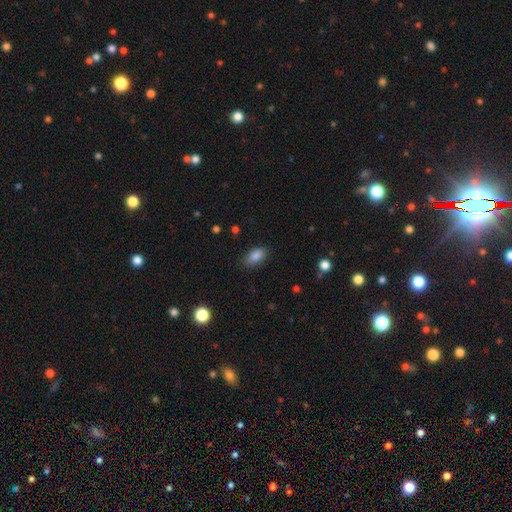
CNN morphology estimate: Q: Smooth or featured?
A: smooth (87%); runner-up: star or artifact (8%)
Q: How rounded?
A: in between (91%); runner-up: round (6%)
Q: Merging?
A: none (81%); runner-up: minor disturbance (15%)